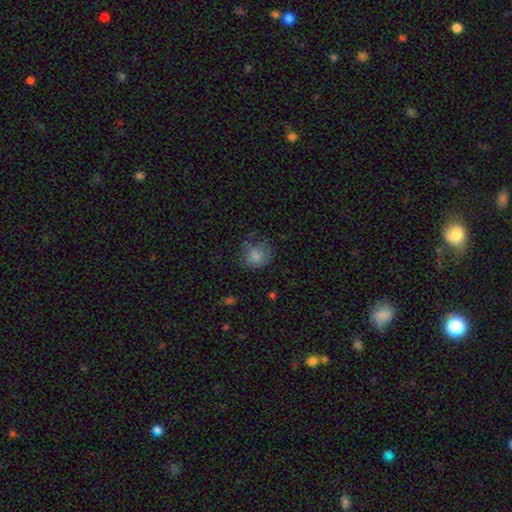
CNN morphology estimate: A smooth galaxy with no disk features (71%) that is round (68%).

Vote fractions:
- Smooth or featured? smooth: 71% / featured or disk: 17% / star or artifact: 11%
- How rounded? round: 68% / in between: 31% / cigar-shaped: 1%
- Merging? none: 49% / minor disturbance: 26% / major disturbance: 23% / merger: 2%